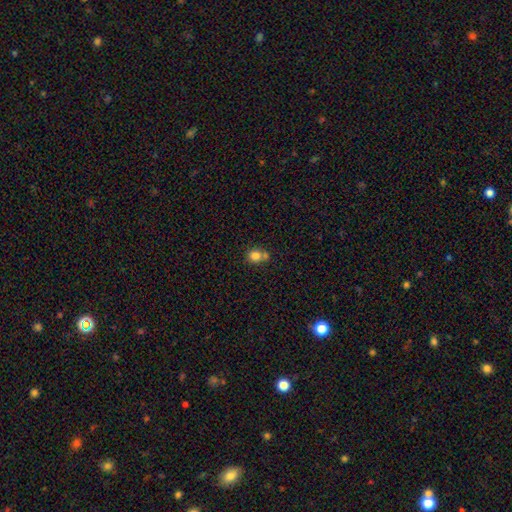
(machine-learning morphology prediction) Overall: smooth (82%). How rounded: round (76%). Merging: none (50%; merger 35%).